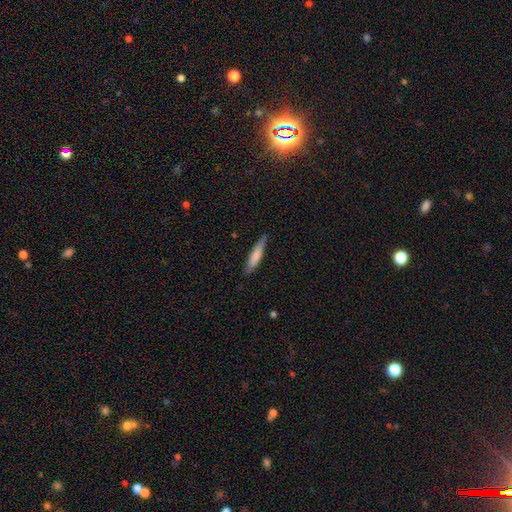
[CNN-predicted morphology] type=smooth (75%); roundness=cigar-shaped (86%); merging=none (80%).